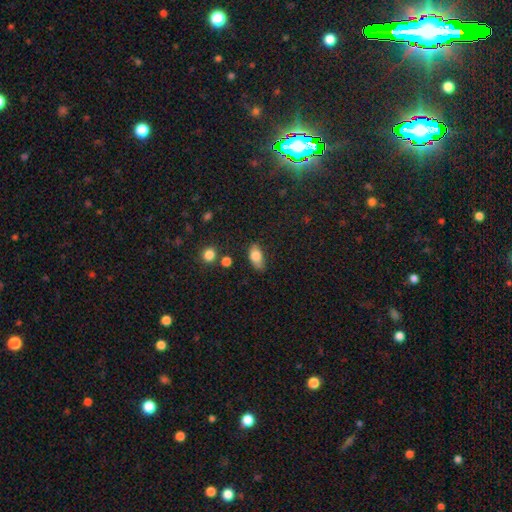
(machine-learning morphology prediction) The model was most divided on "merging": none: 66%, minor disturbance: 25%, major disturbance: 6%, merger: 3%. More confident: how rounded — in between (88%); smooth or featured — smooth (82%).